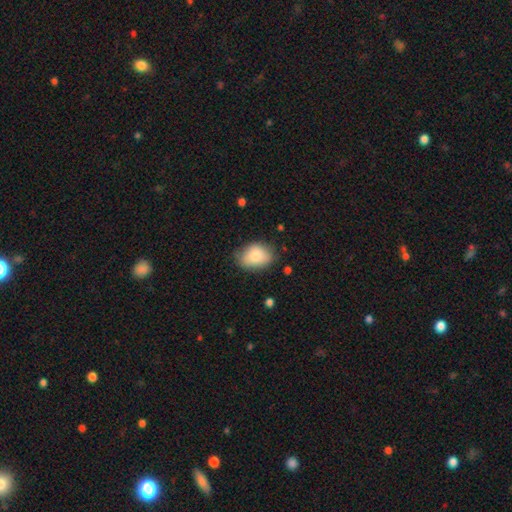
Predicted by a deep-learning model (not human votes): Overall: smooth (83%). How rounded: in between (76%). Merging: none (70%).